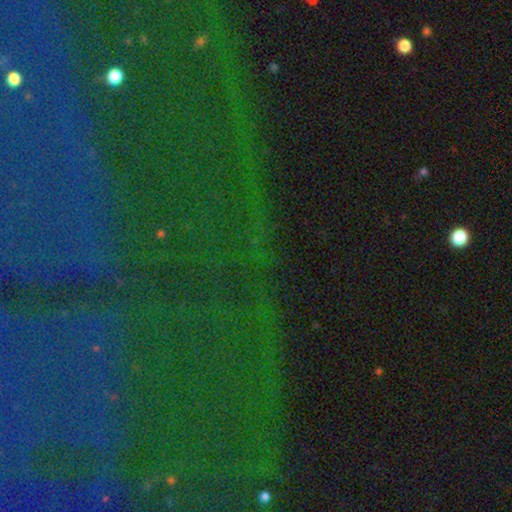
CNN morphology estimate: type=star or artifact (82%).